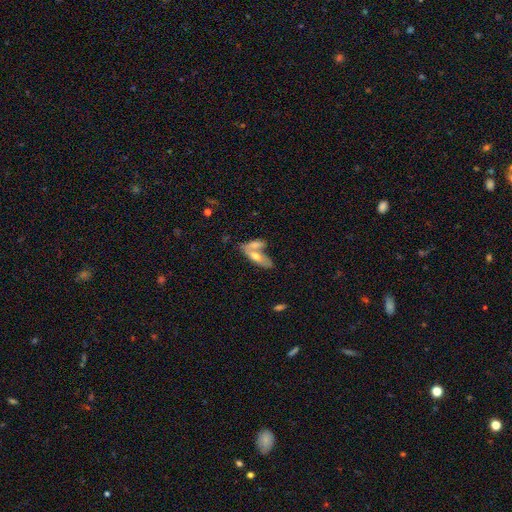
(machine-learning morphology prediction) This is possibly a smooth galaxy (56%). How rounded: likely in between (68%). Merging: possibly merger (51%).